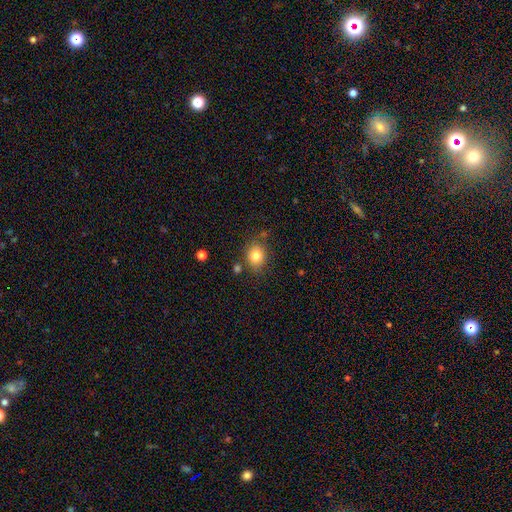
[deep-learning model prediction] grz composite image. It shows a smooth galaxy with no disk features (81%) that is round (58%). Merging: none (77%).